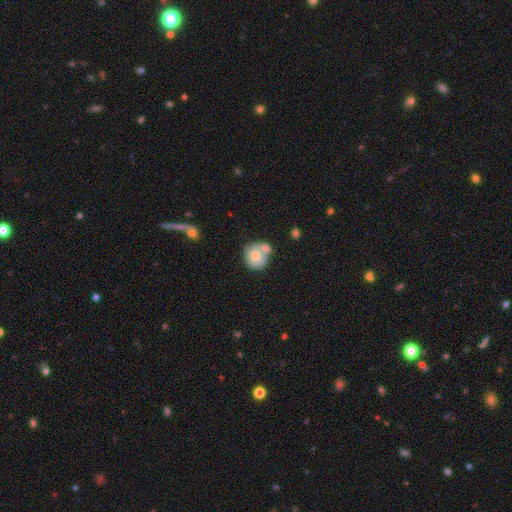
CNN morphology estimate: Smooth or featured? Predicted: smooth (p=0.66). How rounded? Predicted: round (p=0.81). Merging? Predicted: merger (p=0.49).